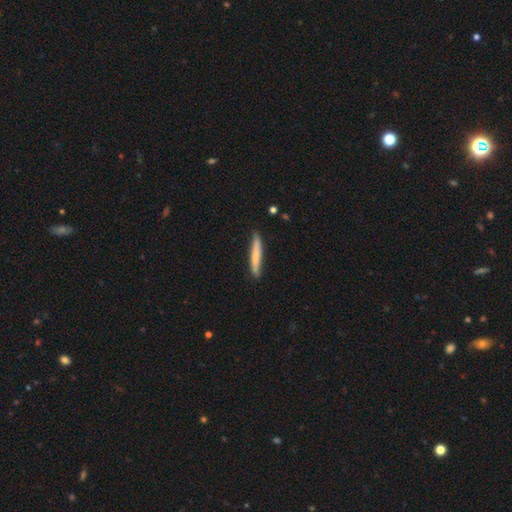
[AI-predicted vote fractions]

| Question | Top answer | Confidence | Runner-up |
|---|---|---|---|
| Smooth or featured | smooth | 70% | featured or disk (25%) |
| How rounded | cigar-shaped | 95% | in between (4%) |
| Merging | none | 83% | minor disturbance (14%) |